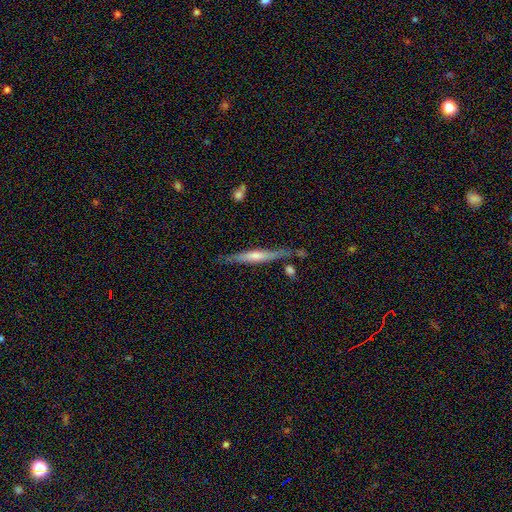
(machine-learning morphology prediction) Smooth or featured? featured or disk (77%)
Edge-on disk? yes (97%)
Edge-on bulge? rounded (76%)
Merging? none (86%)